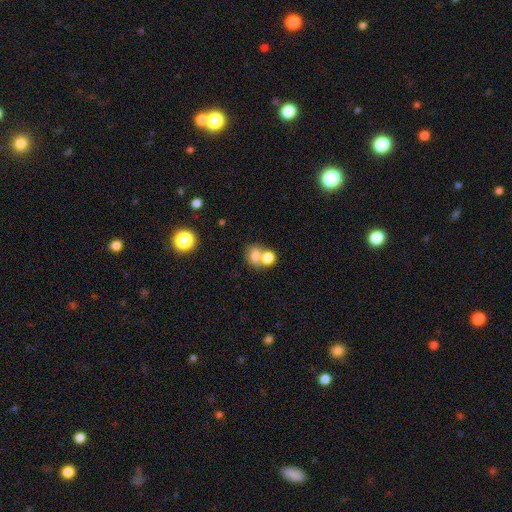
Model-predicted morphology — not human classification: Q: Smooth or featured?
A: smooth (74%); runner-up: featured or disk (15%)
Q: How rounded?
A: round (57%); runner-up: in between (42%)
Q: Merging?
A: merger (55%); runner-up: none (33%)